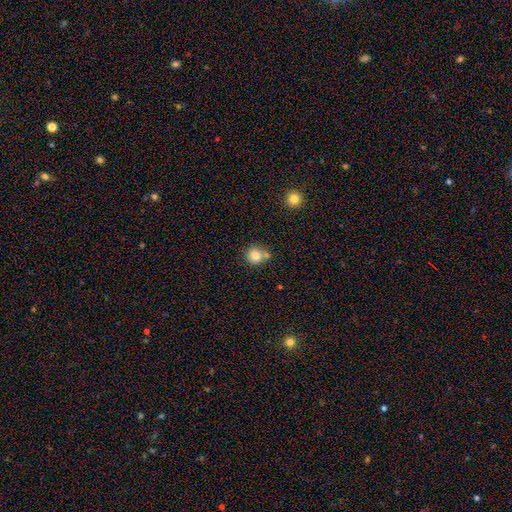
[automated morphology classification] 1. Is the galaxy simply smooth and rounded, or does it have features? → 81% smooth, 11% star or artifact, 8% featured or disk.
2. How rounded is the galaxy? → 90% round, 9% in between, 1% cigar-shaped.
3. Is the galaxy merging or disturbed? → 62% none, 22% merger, 13% minor disturbance, 3% major disturbance.